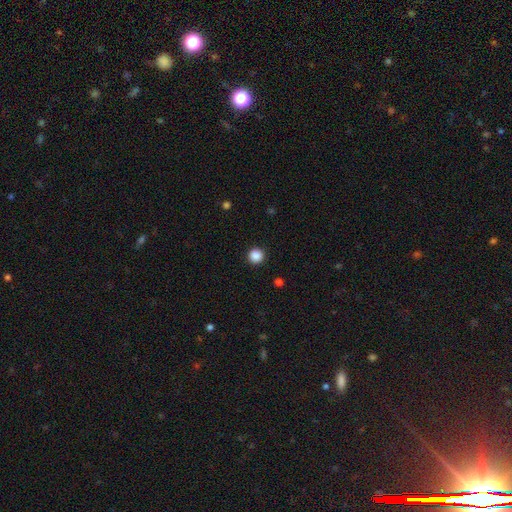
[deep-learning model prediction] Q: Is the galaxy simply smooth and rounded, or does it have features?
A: smooth — 87%.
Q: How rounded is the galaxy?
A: round — 95%.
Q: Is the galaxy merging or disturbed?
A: none — 93%.